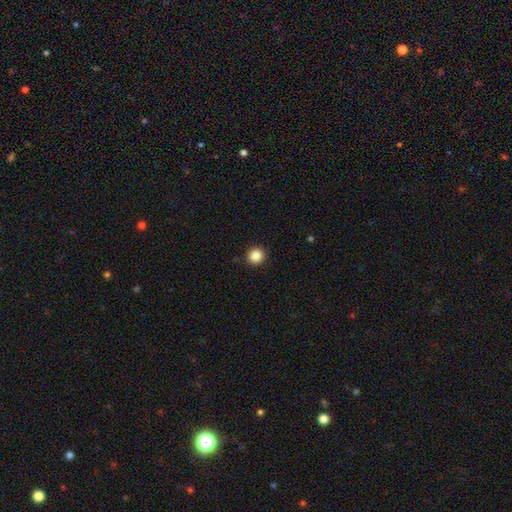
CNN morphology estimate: Smooth or featured? smooth (86%)
How rounded? round (94%)
Merging? none (92%)